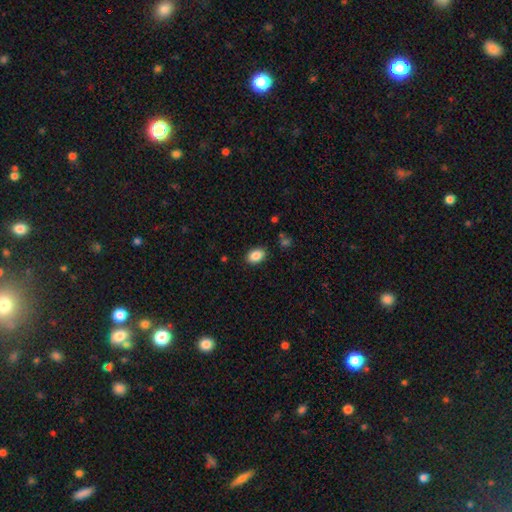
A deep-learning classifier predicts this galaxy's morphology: smooth-or-featured: smooth: 88% | star or artifact: 8% | featured or disk: 4%
  how-rounded: in between: 85% | round: 14% | cigar-shaped: 1%
  merging: none: 87% | minor disturbance: 9% | major disturbance: 2% | merger: 1%